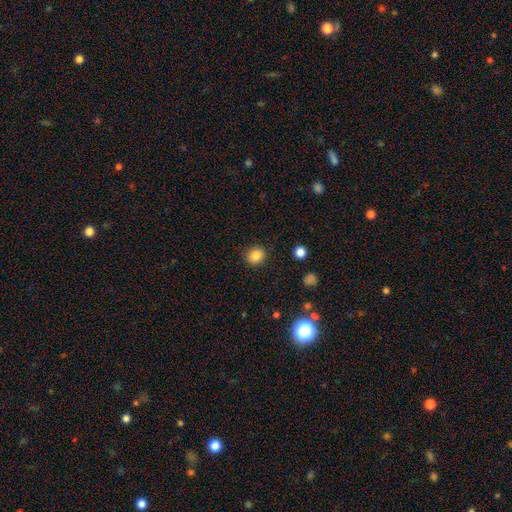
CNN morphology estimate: smooth-or-featured: smooth: 85% | star or artifact: 10% | featured or disk: 5%
  how-rounded: round: 79% | in between: 20% | cigar-shaped: 1%
  merging: none: 89% | minor disturbance: 7% | major disturbance: 2% | merger: 1%